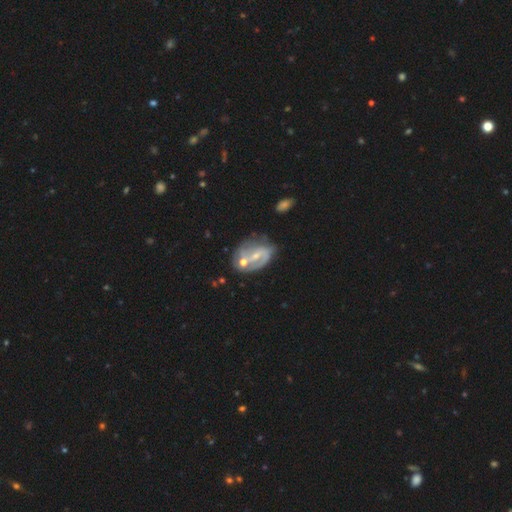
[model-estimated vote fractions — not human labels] smooth_or_featured: featured or disk (p=0.78) [alt: smooth p=0.15]
disk_edge_on: no (p=0.97) [alt: yes p=0.03]
bar: weak (p=0.46) [alt: no p=0.28]
has_spiral_arms: yes (p=0.84) [alt: no p=0.16]
spiral_winding: medium (p=0.44) [alt: loose p=0.31]
spiral_arm_count: 2 (p=0.63) [alt: 1 p=0.17]
bulge_size: small (p=0.59) [alt: moderate p=0.32]
merging: none (p=0.46) [alt: minor disturbance p=0.21]